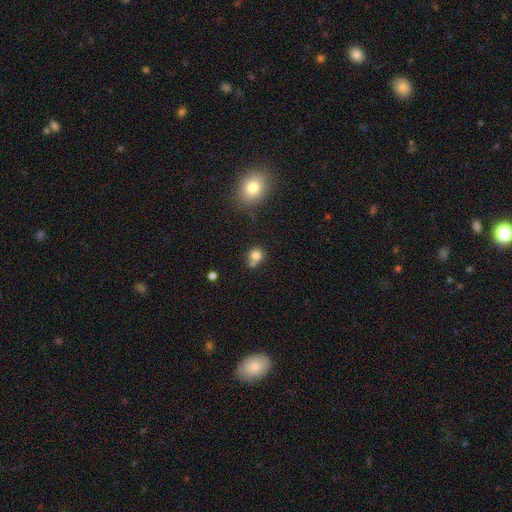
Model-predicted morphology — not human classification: Q: Smooth or featured?
A: smooth (79%); runner-up: star or artifact (12%)
Q: How rounded?
A: round (85%); runner-up: in between (14%)
Q: Merging?
A: none (53%); runner-up: merger (29%)